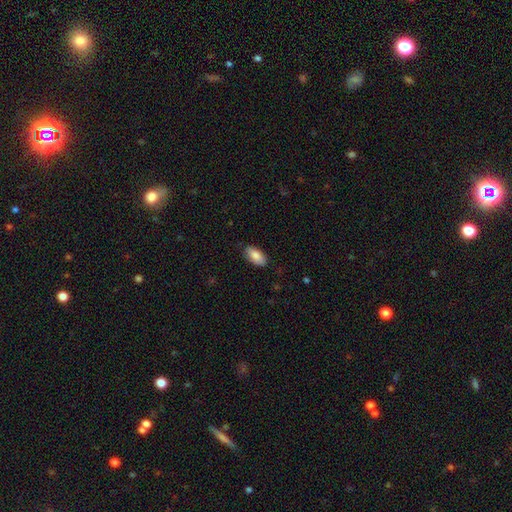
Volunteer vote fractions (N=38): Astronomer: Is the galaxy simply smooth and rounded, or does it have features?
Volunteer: smooth — 76%.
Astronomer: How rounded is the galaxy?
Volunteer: in between — 90%.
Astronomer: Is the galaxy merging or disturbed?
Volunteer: none — 83%.